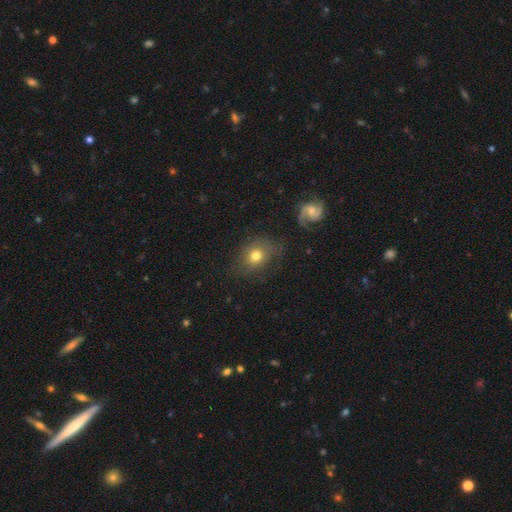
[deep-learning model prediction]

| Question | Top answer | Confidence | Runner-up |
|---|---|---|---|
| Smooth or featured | smooth | 66% | featured or disk (22%) |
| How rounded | round | 53% | in between (46%) |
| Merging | none | 68% | minor disturbance (18%) |